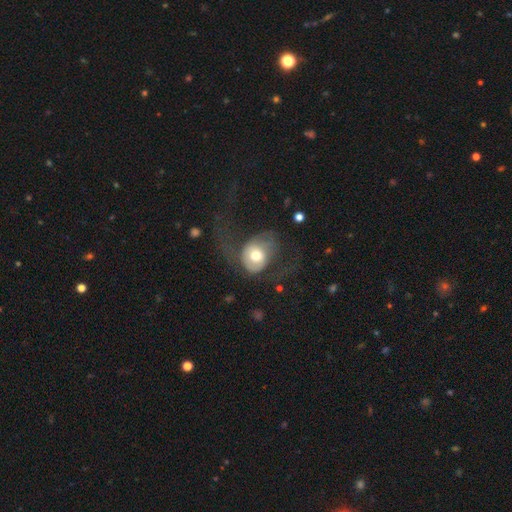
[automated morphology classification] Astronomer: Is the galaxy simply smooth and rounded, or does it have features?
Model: smooth — 55% (runner-up: featured or disk, 38%).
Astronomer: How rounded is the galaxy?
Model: round — 60% (runner-up: in between, 39%).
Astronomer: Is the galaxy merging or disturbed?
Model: major disturbance — 56%.